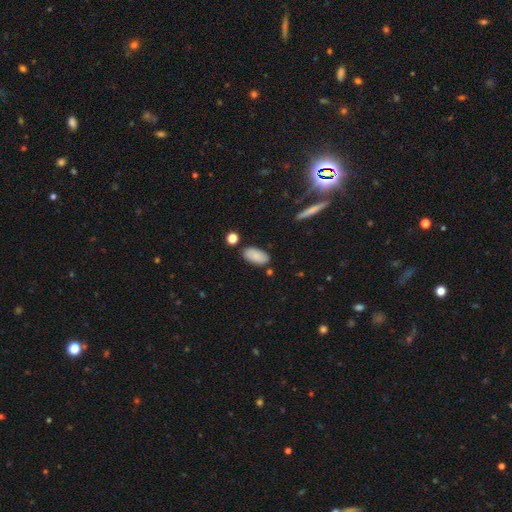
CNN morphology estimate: Q: Smooth or featured?
A: smooth (85%); runner-up: featured or disk (8%)
Q: How rounded?
A: in between (93%); runner-up: cigar-shaped (5%)
Q: Merging?
A: none (80%); runner-up: minor disturbance (12%)